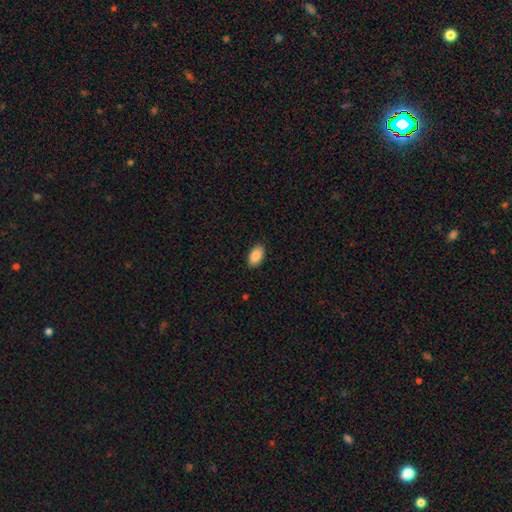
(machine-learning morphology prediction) Smooth or featured? Predicted: smooth (p=0.89). How rounded? Predicted: in between (p=0.94). Merging? Predicted: none (p=0.88).